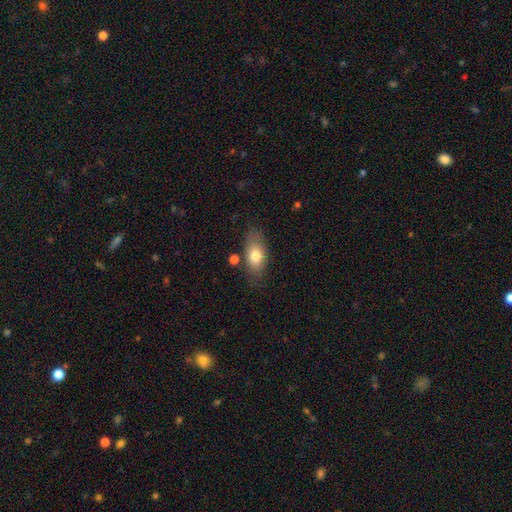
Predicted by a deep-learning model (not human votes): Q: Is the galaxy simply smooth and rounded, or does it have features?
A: smooth — 76%.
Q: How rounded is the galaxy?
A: in between — 87%.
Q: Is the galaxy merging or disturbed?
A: none — 72%.